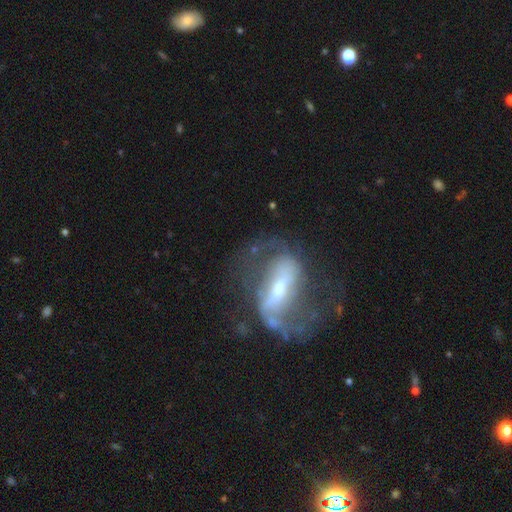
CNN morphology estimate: The model was most divided on "bulge size": small: 45%, moderate: 42%, large: 8%, none: 3%, dominant: 2%. Remaining: edge-on disk — no (91%); spiral arm count — 2 (87%); spiral arms — yes (86%); smooth or featured — featured or disk (84%); bar — strong (64%); merging — none (59%); spiral winding — medium (45%).